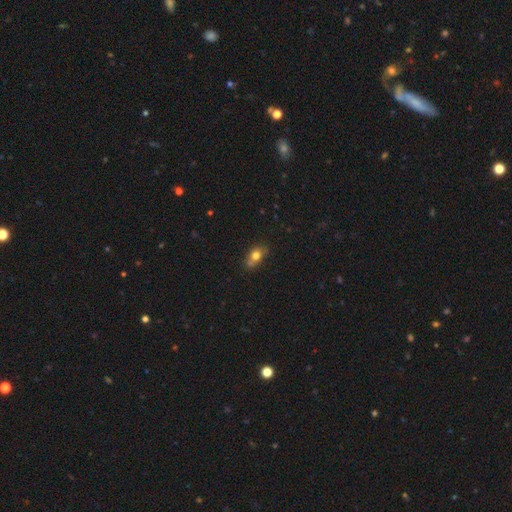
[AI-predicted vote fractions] The model was most divided on "how rounded": in between: 61%, round: 36%, cigar-shaped: 3%. More confident: smooth or featured — smooth (75%); merging — none (52%).